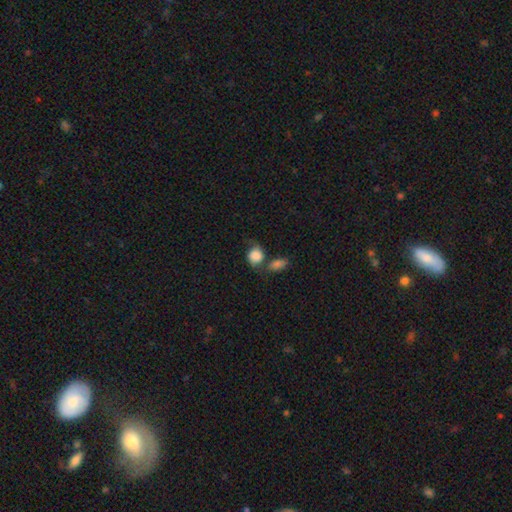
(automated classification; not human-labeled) Morphology: type=smooth (78%); roundness=round (63%); merging=none (38%).